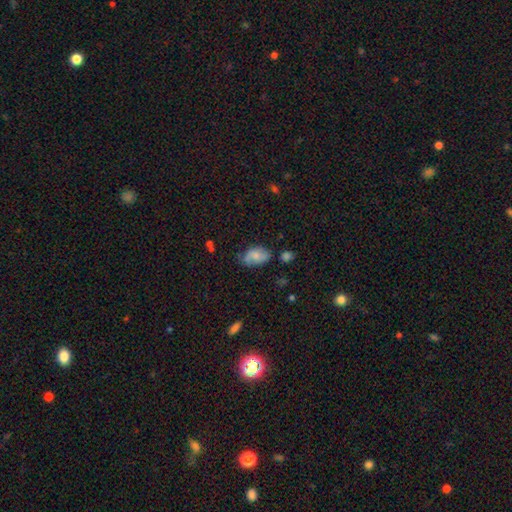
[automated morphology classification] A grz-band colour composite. It shows a smooth galaxy with no disk features (66%) that is in between round and cigar-shaped (88%). Merging: none (58%).